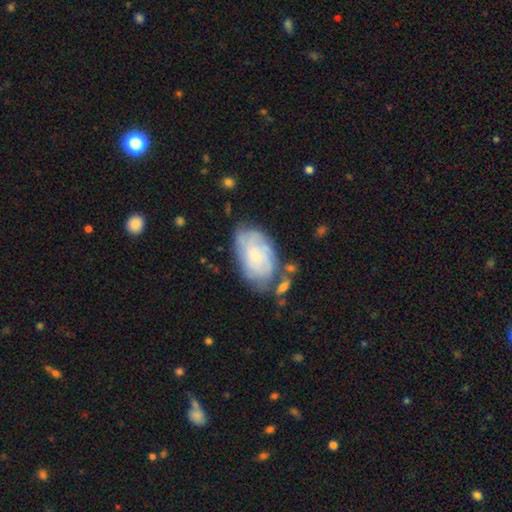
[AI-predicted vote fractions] Smooth or featured? featured or disk (53%)
Edge-on disk? no (95%)
Bar? no (81%)
Spiral arms? yes (72%)
Bulge size? small (68%)
Merging? none (60%)